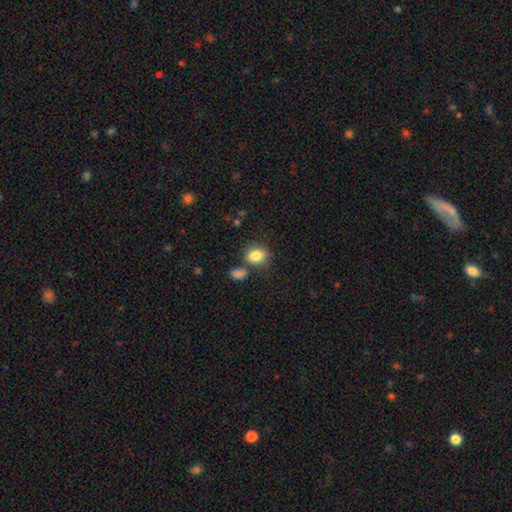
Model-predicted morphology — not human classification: smooth_or_featured: smooth (p=0.84) [alt: star or artifact p=0.09]
how_rounded: in between (p=0.59) [alt: round p=0.39]
merging: none (p=0.66) [alt: minor disturbance p=0.15]